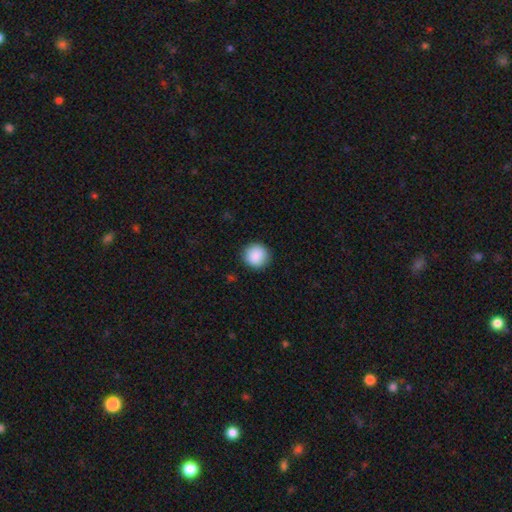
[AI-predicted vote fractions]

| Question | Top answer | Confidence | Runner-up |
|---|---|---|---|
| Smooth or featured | smooth | 89% | star or artifact (8%) |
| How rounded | round | 94% | in between (5%) |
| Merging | none | 91% | minor disturbance (6%) |